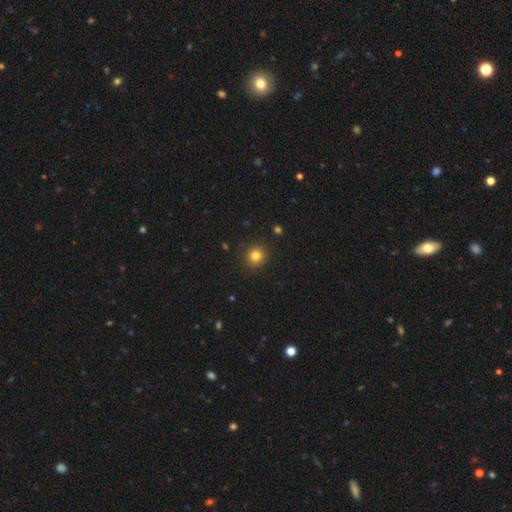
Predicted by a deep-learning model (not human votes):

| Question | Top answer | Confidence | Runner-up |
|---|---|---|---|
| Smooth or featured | smooth | 82% | star or artifact (13%) |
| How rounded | round | 90% | in between (9%) |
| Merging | none | 90% | minor disturbance (6%) |